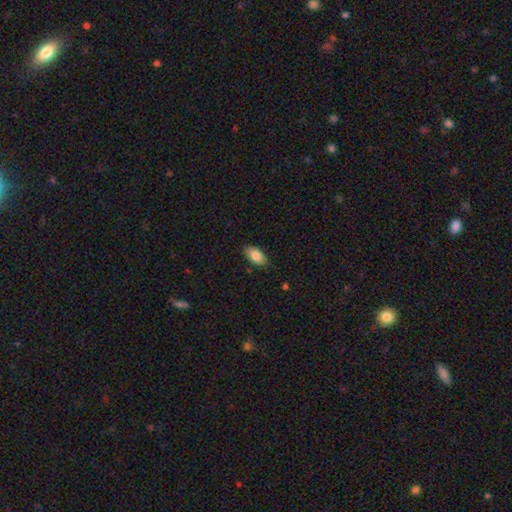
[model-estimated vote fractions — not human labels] Smooth or featured? smooth (83%)
How rounded? in between (92%)
Merging? none (82%)